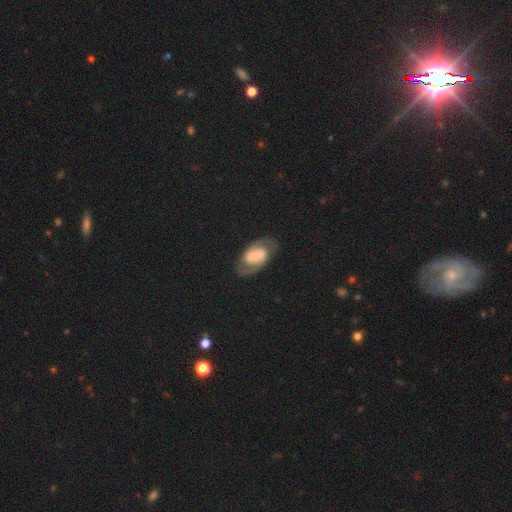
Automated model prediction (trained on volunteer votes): Q: Smooth or featured?
A: featured or disk (80%); runner-up: smooth (13%)
Q: Edge-on disk?
A: no (97%); runner-up: yes (3%)
Q: Bar?
A: weak (42%); runner-up: strong (41%)
Q: Spiral arms?
A: yes (93%); runner-up: no (7%)
Q: Spiral winding?
A: medium (54%); runner-up: tight (28%)
Q: Spiral arm count?
A: 2 (92%); runner-up: can't tell (4%)
Q: Bulge size?
A: small (38%); runner-up: moderate (28%)
Q: Merging?
A: none (80%); runner-up: minor disturbance (12%)